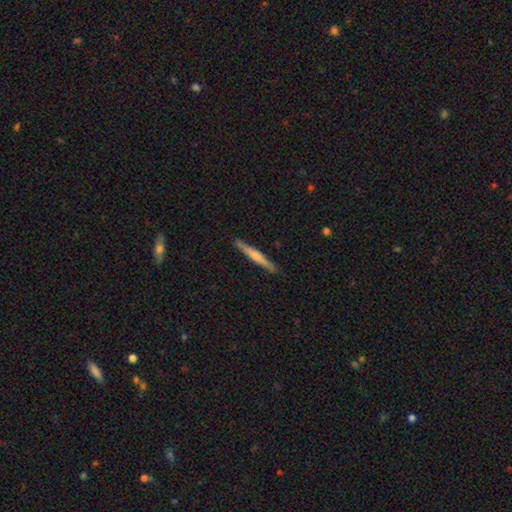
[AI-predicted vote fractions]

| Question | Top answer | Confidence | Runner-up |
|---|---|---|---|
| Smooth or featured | featured or disk | 48% | smooth (47%) |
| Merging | none | 91% | minor disturbance (7%) |